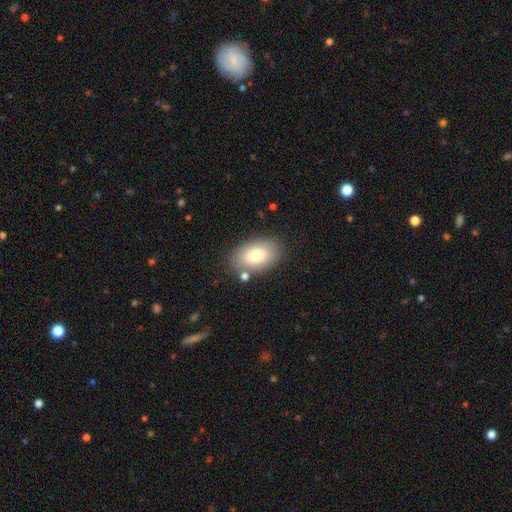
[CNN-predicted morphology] type=smooth (79%); roundness=in between (91%); merging=none (80%).